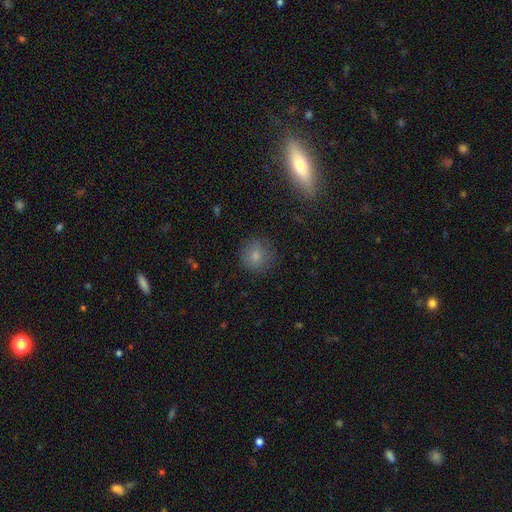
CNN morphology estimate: Overall: smooth (79%). How rounded: round (91%). Merging: none (81%).